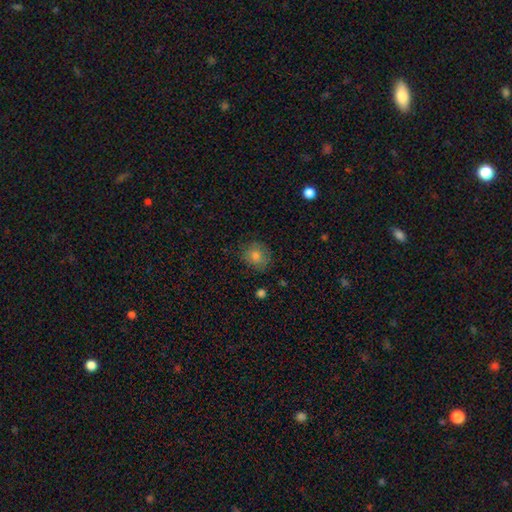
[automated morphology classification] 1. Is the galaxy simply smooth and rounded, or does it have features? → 73% smooth, 14% star or artifact, 12% featured or disk.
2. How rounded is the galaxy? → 80% round, 19% in between, 1% cigar-shaped.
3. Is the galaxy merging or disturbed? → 81% none, 14% minor disturbance, 4% major disturbance, 1% merger.